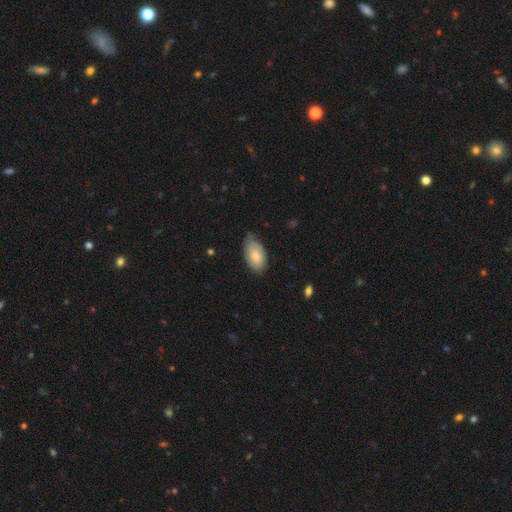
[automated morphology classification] The model was most divided on "merging": none: 58%, minor disturbance: 35%, major disturbance: 6%, merger: 1%. More confident: how rounded — in between (94%); smooth or featured — smooth (77%).